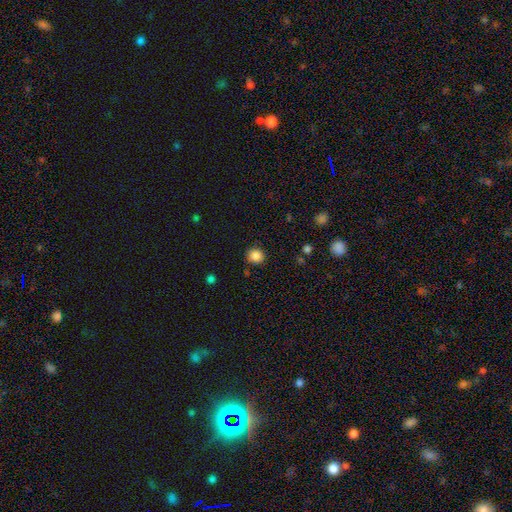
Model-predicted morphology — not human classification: smooth-or-featured: smooth: 86% | star or artifact: 11% | featured or disk: 4%
  how-rounded: round: 89% | in between: 10% | cigar-shaped: 1%
  merging: none: 88% | minor disturbance: 8% | major disturbance: 2% | merger: 2%